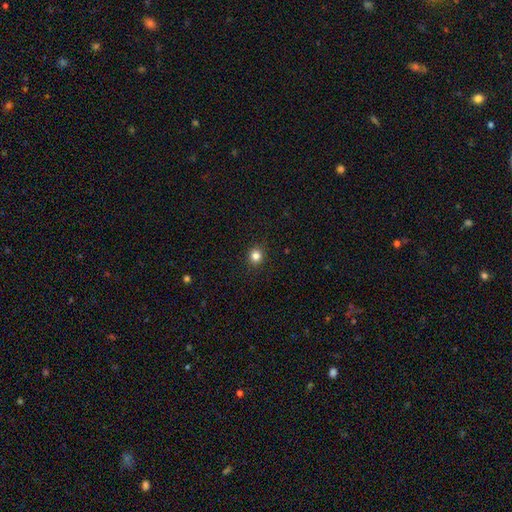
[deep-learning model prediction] smooth_or_featured: smooth (p=0.82) [alt: star or artifact p=0.13]
how_rounded: round (p=0.89) [alt: in between p=0.10]
merging: none (p=0.92) [alt: minor disturbance p=0.05]